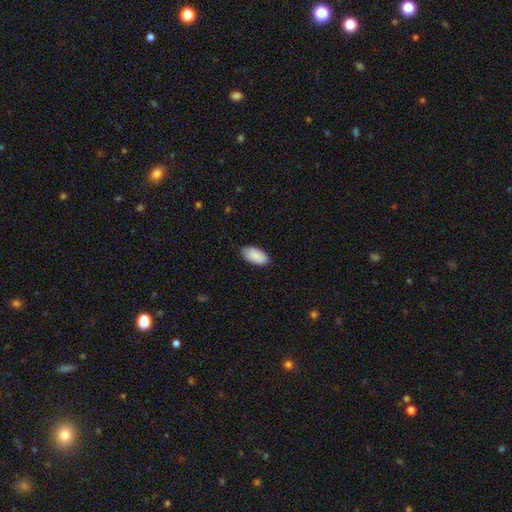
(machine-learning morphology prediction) type=smooth (90%); roundness=in between (95%); merging=none (85%).